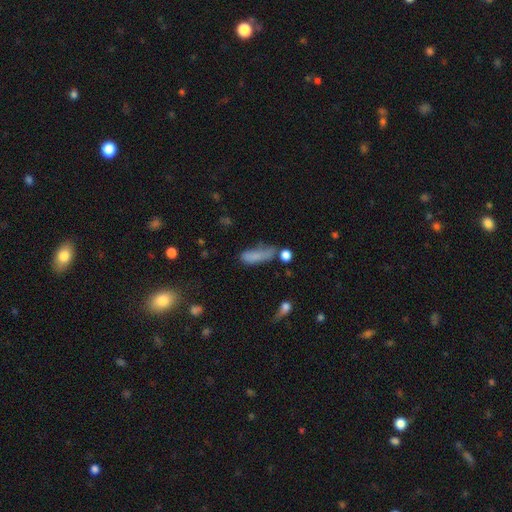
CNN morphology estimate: smooth-or-featured: smooth: 73% | featured or disk: 15% | star or artifact: 12%
  how-rounded: in between: 53% | cigar-shaped: 44% | round: 4%
  merging: none: 36% | minor disturbance: 29% | major disturbance: 21% | merger: 14%